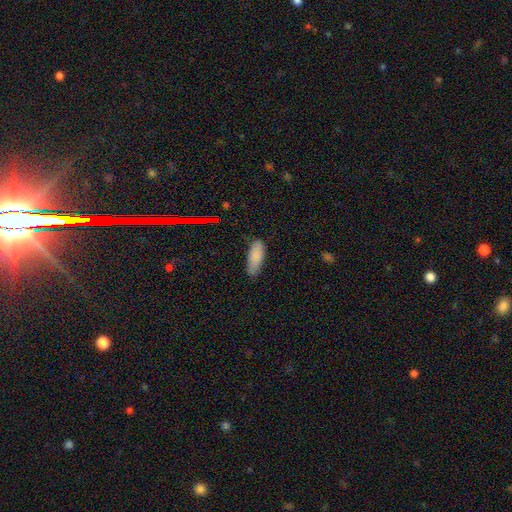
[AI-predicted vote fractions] A smooth galaxy with no disk features (86%) that is in between round and cigar-shaped (74%). Merging: none (76%).